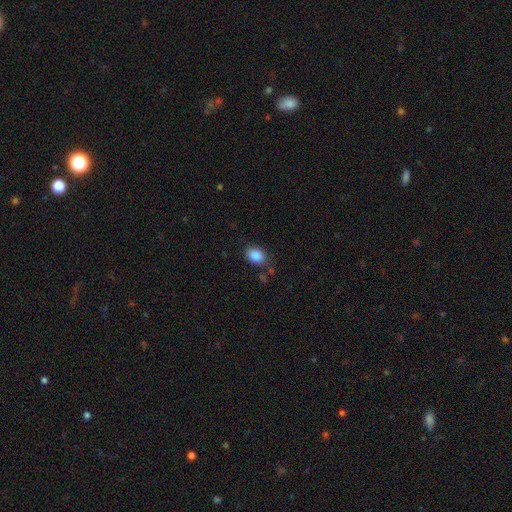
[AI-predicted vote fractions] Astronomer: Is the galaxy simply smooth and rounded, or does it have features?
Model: smooth — 87%.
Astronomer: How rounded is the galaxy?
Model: in between — 71%.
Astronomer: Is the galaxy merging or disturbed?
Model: none — 77%.